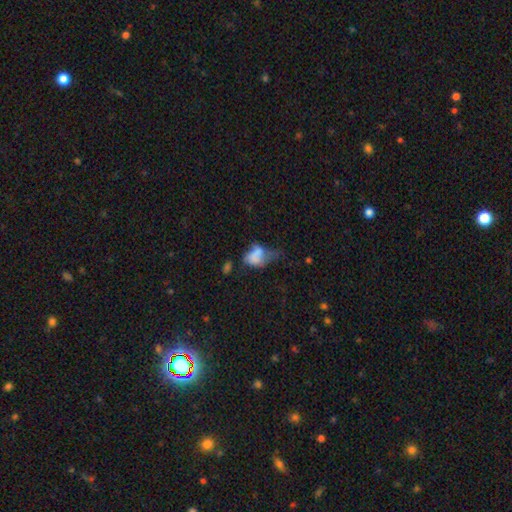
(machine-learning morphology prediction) Overall: smooth (62%; featured or disk 26%). How rounded: in between (82%). Merging: major disturbance (40%; merger 22%).